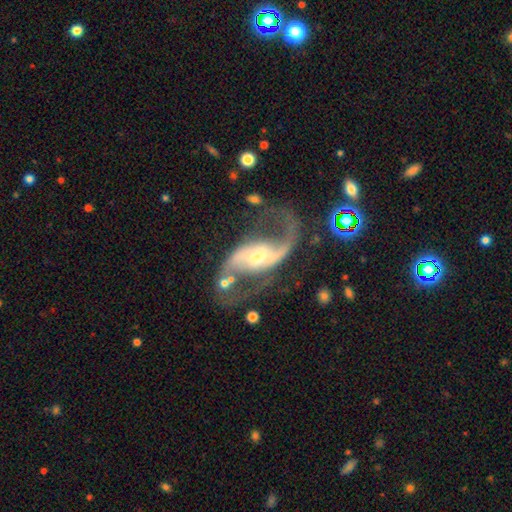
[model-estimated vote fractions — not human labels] Q: Smooth or featured?
A: featured or disk (90%); runner-up: star or artifact (5%)
Q: Edge-on disk?
A: no (96%); runner-up: yes (4%)
Q: Bar?
A: weak (41%); tied with: strong (41%)
Q: Spiral arms?
A: yes (96%); runner-up: no (4%)
Q: Spiral winding?
A: loose (63%); runner-up: medium (31%)
Q: Spiral arm count?
A: 2 (92%); runner-up: 1 (3%)
Q: Bulge size?
A: moderate (59%); runner-up: small (28%)
Q: Merging?
A: none (64%); runner-up: minor disturbance (15%)